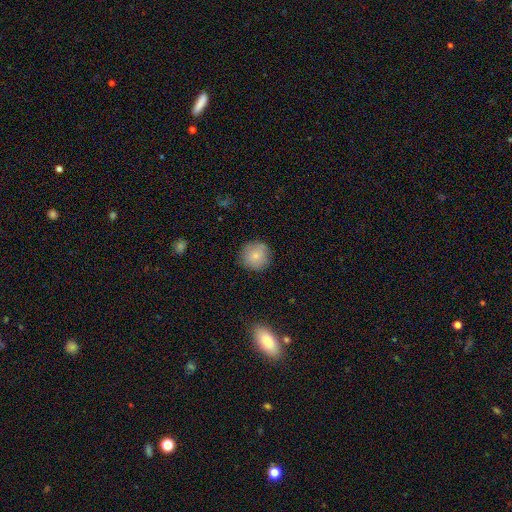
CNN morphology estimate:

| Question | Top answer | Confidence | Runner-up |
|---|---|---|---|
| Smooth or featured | smooth | 77% | featured or disk (14%) |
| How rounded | round | 94% | in between (5%) |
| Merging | none | 85% | minor disturbance (11%) |